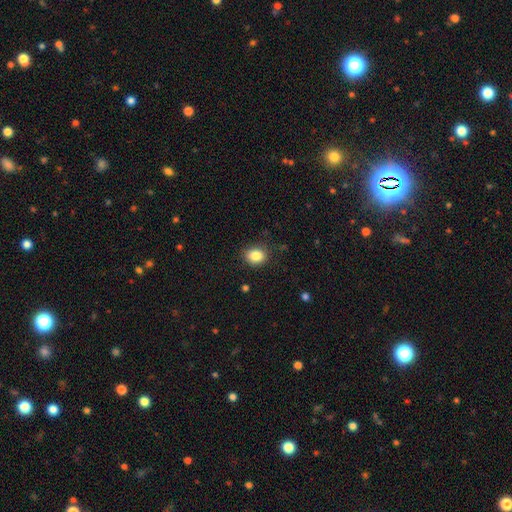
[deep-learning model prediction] Overall: smooth (86%). How rounded: round (52%; in between 47%). Merging: none (85%).